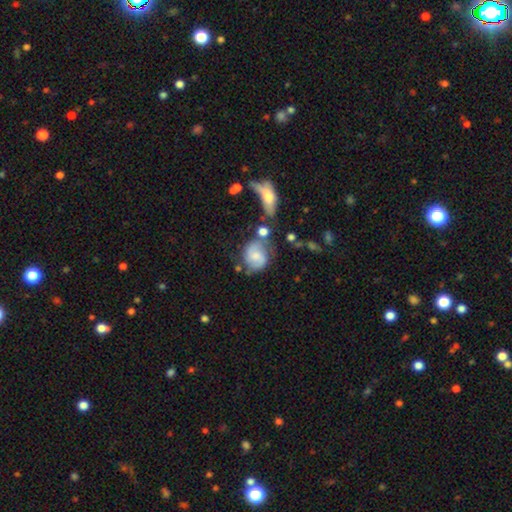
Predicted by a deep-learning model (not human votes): Smooth or featured? Predicted: featured or disk (p=0.60). Edge-on disk? Predicted: no (p=0.97). Bar? Predicted: no (p=0.54). Spiral arms? Predicted: yes (p=0.89). Spiral winding? Predicted: medium (p=0.46). Spiral arm count? Predicted: 2 (p=0.83). Bulge size? Predicted: small (p=0.42). Merging? Predicted: none (p=0.52).